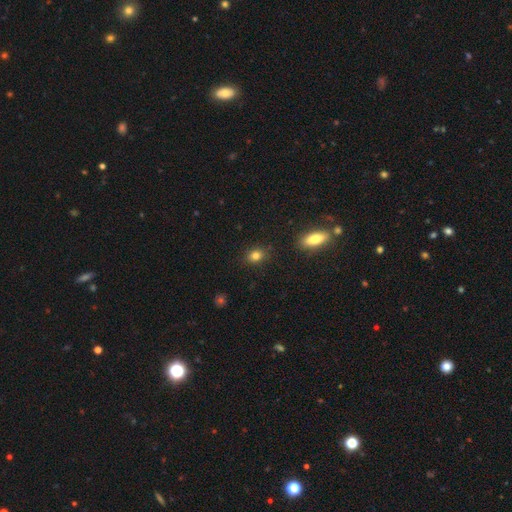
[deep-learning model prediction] Overall: smooth (82%). How rounded: in between (52%; round 46%). Merging: none (87%).